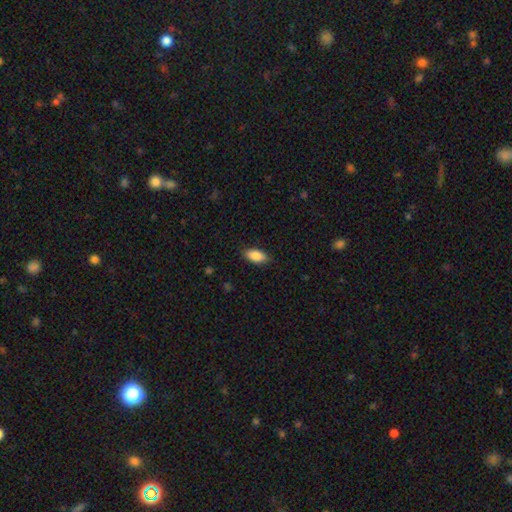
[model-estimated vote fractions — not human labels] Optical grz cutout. It shows a smooth galaxy with no disk features (88%) that is in between round and cigar-shaped (91%). Merging: none (86%).